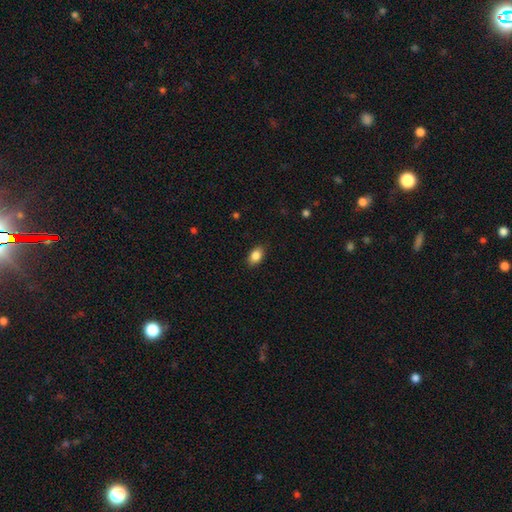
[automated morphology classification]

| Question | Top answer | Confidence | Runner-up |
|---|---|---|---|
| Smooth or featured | smooth | 86% | star or artifact (8%) |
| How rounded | in between | 86% | round (12%) |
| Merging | none | 86% | minor disturbance (10%) |